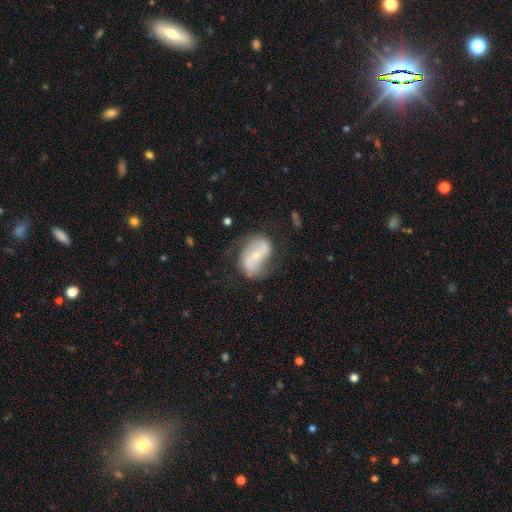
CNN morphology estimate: Q: Smooth or featured?
A: featured or disk (74%); runner-up: smooth (19%)
Q: Edge-on disk?
A: no (96%); runner-up: yes (4%)
Q: Bar?
A: strong (36%); tied with: weak (36%)
Q: Spiral arms?
A: yes (88%); runner-up: no (12%)
Q: Spiral winding?
A: loose (55%); runner-up: medium (32%)
Q: Spiral arm count?
A: 2 (88%); runner-up: can't tell (6%)
Q: Bulge size?
A: small (58%); runner-up: moderate (35%)
Q: Merging?
A: none (65%); runner-up: minor disturbance (22%)